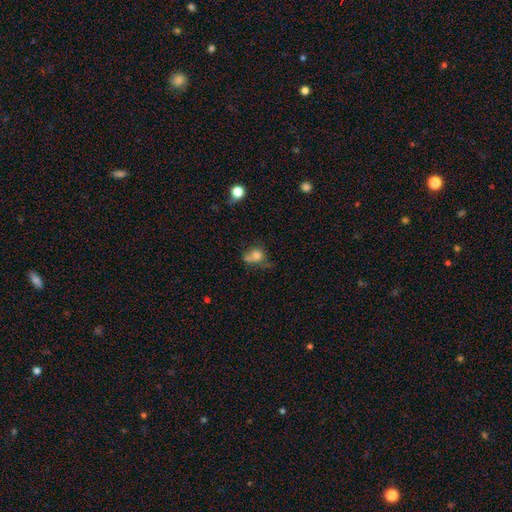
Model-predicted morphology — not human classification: This is likely a smooth galaxy (71%). How rounded: likely round (63%). Merging: marginally none (33%).